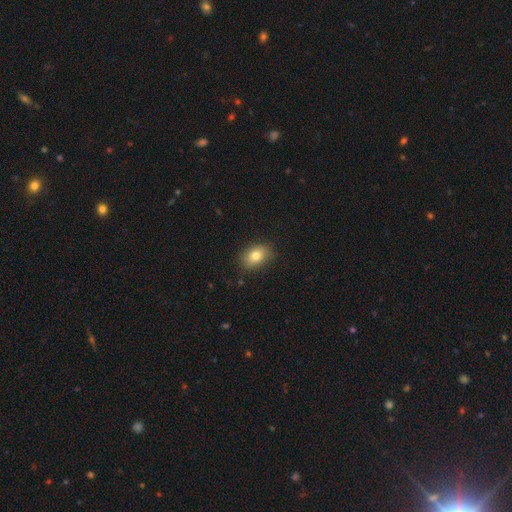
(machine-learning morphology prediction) Q: Smooth or featured?
A: smooth (80%); runner-up: featured or disk (11%)
Q: How rounded?
A: in between (78%); runner-up: round (21%)
Q: Merging?
A: none (83%); runner-up: minor disturbance (13%)